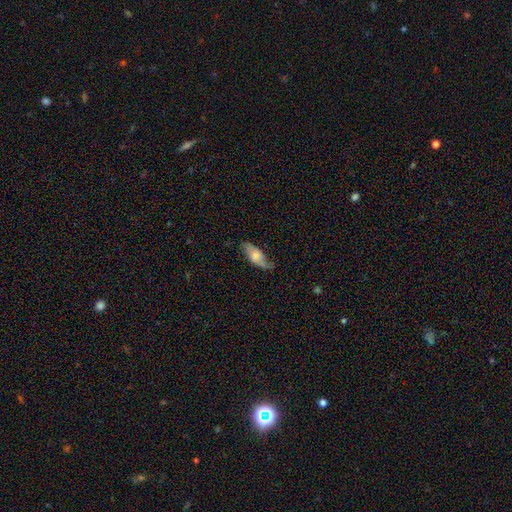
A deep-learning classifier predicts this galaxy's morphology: Smooth or featured? Predicted: smooth (p=0.52). How rounded? Predicted: in between (p=0.76). Merging? Predicted: none (p=0.63).